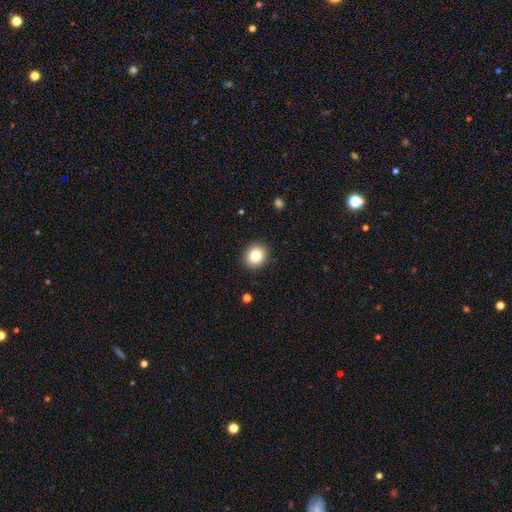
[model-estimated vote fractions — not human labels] Smooth or featured?
  - smooth: 82% *
  - star or artifact: 10%
  - featured or disk: 8%
How rounded?
  - round: 66% *
  - in between: 33%
  - cigar-shaped: 1%
Merging?
  - none: 90% *
  - minor disturbance: 7%
  - major disturbance: 2%
  - merger: 1%